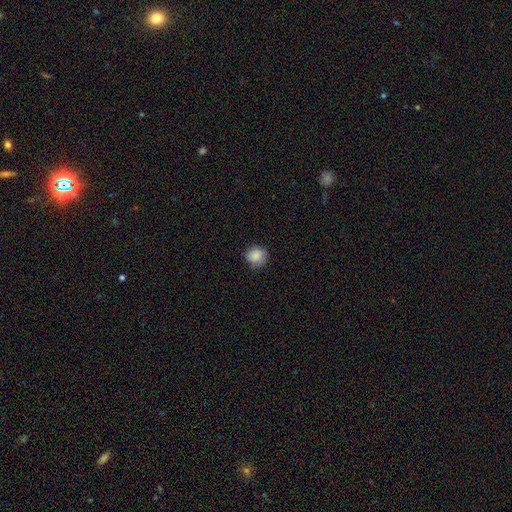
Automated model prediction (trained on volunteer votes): Smooth or featured? smooth (86%)
How rounded? round (88%)
Merging? none (83%)